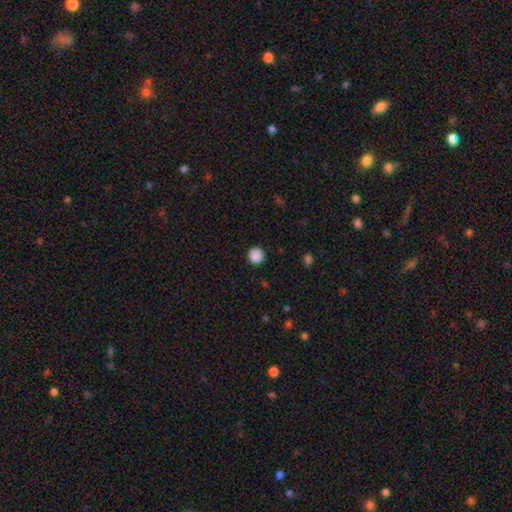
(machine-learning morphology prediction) smooth_or_featured: smooth (p=0.88) [alt: star or artifact p=0.09]
how_rounded: round (p=0.95) [alt: in between p=0.04]
merging: none (p=0.90) [alt: minor disturbance p=0.07]